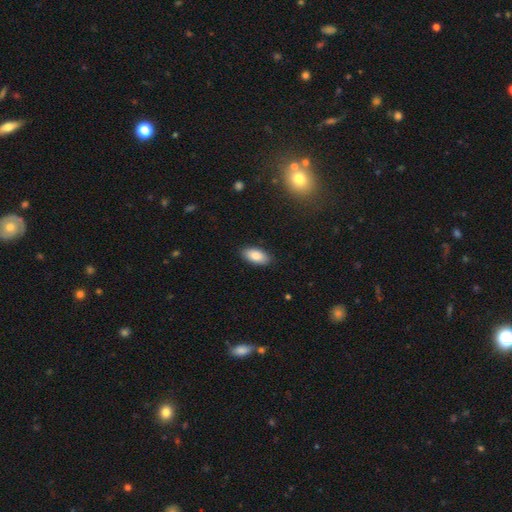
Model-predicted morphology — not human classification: A smooth galaxy with no disk features (85%) that is in between round and cigar-shaped (92%). Merging: none (88%).